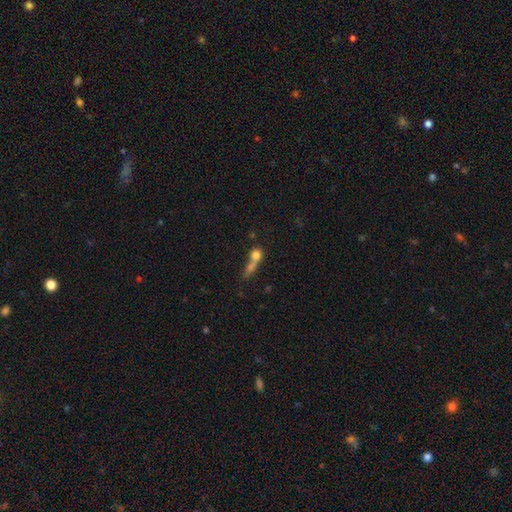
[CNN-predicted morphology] This is likely a smooth galaxy (69%). How rounded: likely round (61%). Merging: possibly merger (52%).